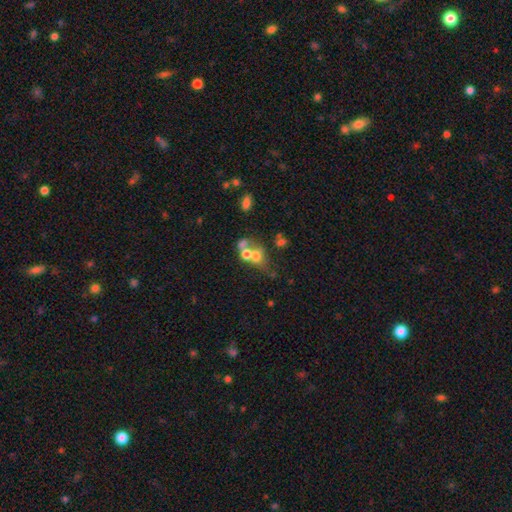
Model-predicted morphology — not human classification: This is possibly a smooth galaxy (58%). How rounded: possibly round (58%). Merging: possibly merger (58%).